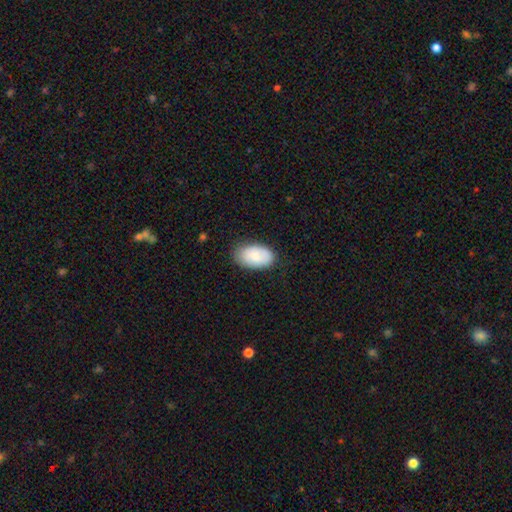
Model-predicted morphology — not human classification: Smooth or featured?
  - smooth: 80% *
  - featured or disk: 14%
  - star or artifact: 6%
How rounded?
  - in between: 94% *
  - round: 5%
  - cigar-shaped: 1%
Merging?
  - none: 80% *
  - minor disturbance: 16%
  - major disturbance: 3%
  - merger: 1%